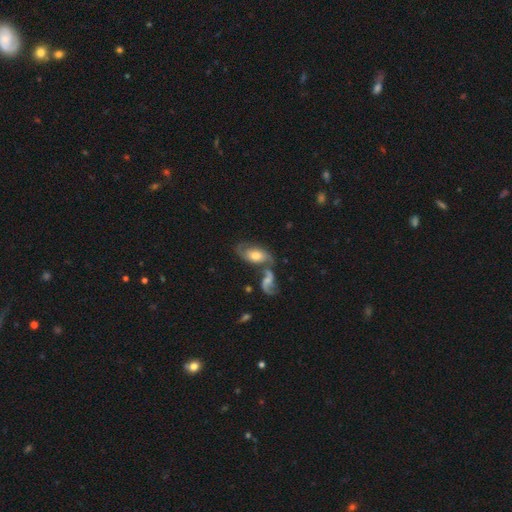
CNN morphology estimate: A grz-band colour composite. It shows a featured or disk galaxy (59%) with no bar (63%), spiral arms (84%) and a moderate central bulge (54%). Merging: merger (48%).